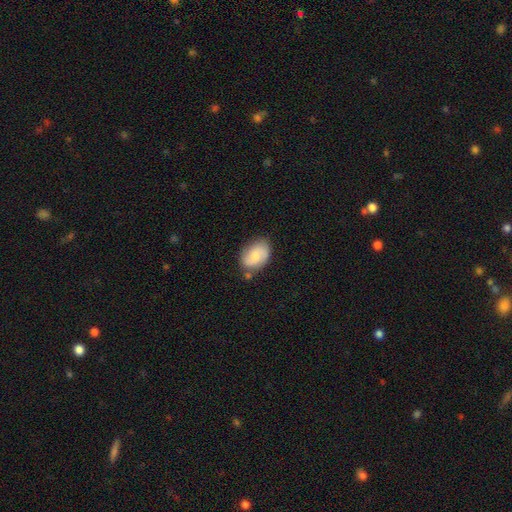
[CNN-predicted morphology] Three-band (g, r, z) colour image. It shows a smooth galaxy with no disk features (63%) that is in between round and cigar-shaped (86%). Merging: none (66%).